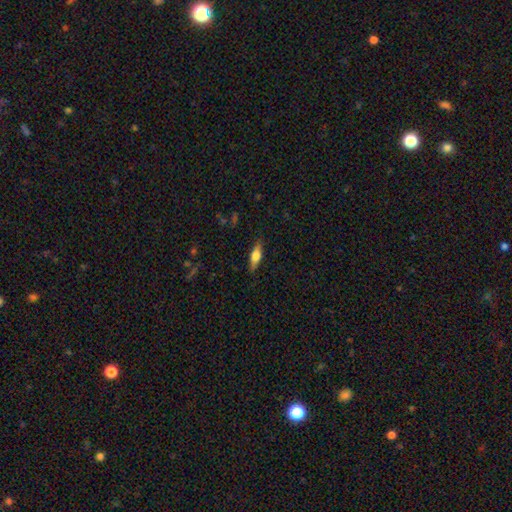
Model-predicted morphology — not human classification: A smooth galaxy with no disk features (53%) that is in between round and cigar-shaped (51%).

Vote fractions:
- Smooth or featured? smooth: 53% / featured or disk: 41% / star or artifact: 7%
- How rounded? in between: 51% / cigar-shaped: 46% / round: 3%
- Merging? none: 86% / minor disturbance: 11% / major disturbance: 2% / merger: 1%